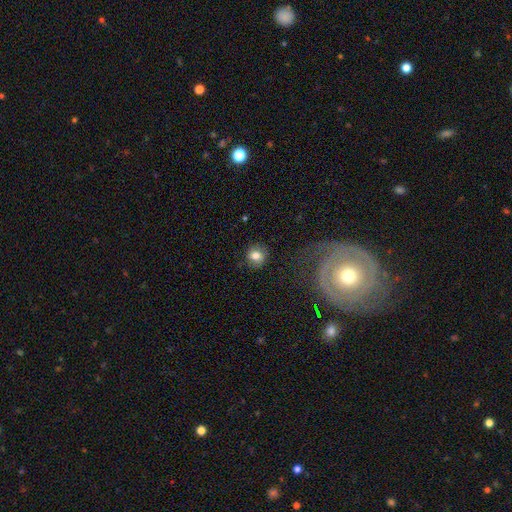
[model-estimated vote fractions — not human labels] A smooth galaxy with no disk features (77%) that is round (81%). Merging: none (84%).